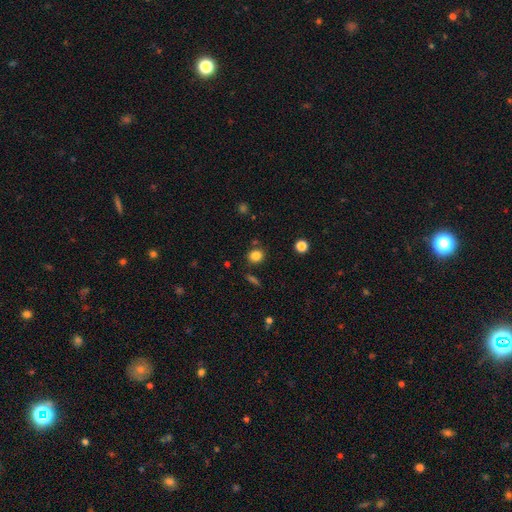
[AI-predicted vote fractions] smooth_or_featured: smooth (p=0.83) [alt: star or artifact p=0.12]
how_rounded: round (p=0.69) [alt: in between p=0.30]
merging: none (p=0.83) [alt: minor disturbance p=0.10]